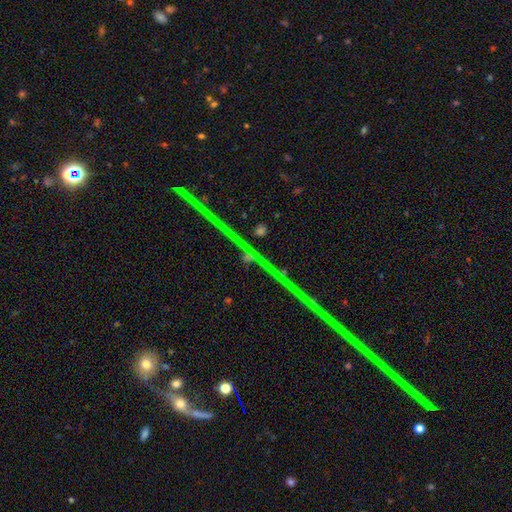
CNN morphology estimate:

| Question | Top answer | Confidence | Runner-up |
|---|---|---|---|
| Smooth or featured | star or artifact | 82% | featured or disk (11%) |